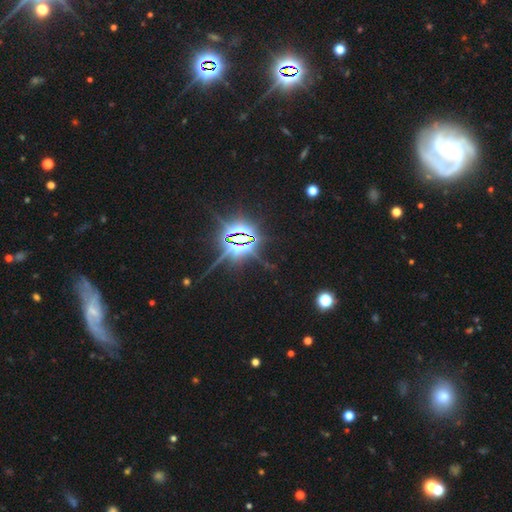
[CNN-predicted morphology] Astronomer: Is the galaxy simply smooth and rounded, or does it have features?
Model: star or artifact — 71%.